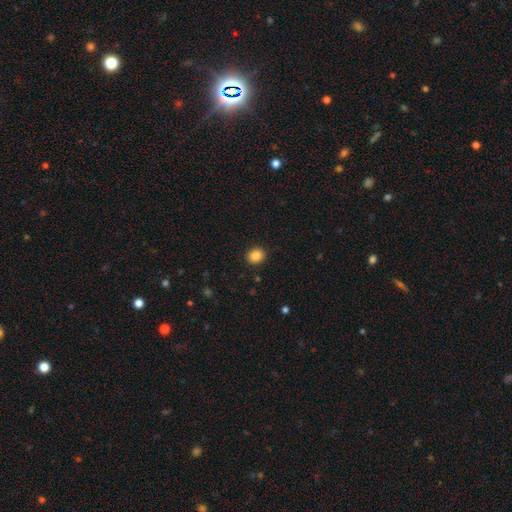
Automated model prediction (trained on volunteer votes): A smooth galaxy with no disk features (86%) that is round (75%). Merging: none (91%).